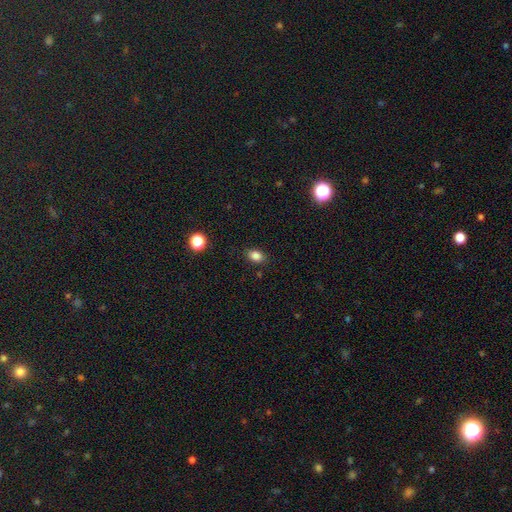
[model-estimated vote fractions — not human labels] This appears to be a smooth galaxy with no disk features (83%) that is in between round and cigar-shaped (78%). Merging: none (86%).